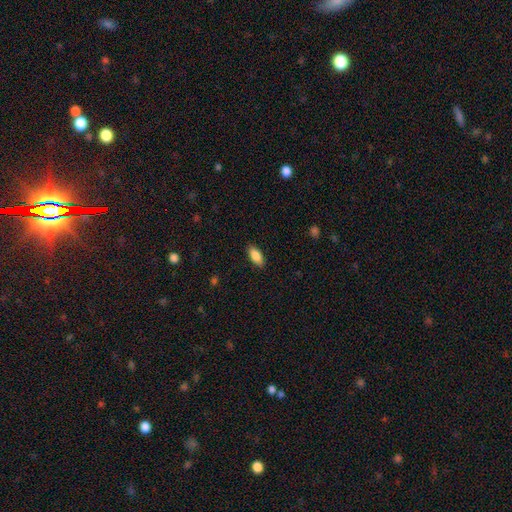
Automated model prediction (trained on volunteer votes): Morphology: type=smooth (87%); roundness=in between (88%); merging=none (88%).